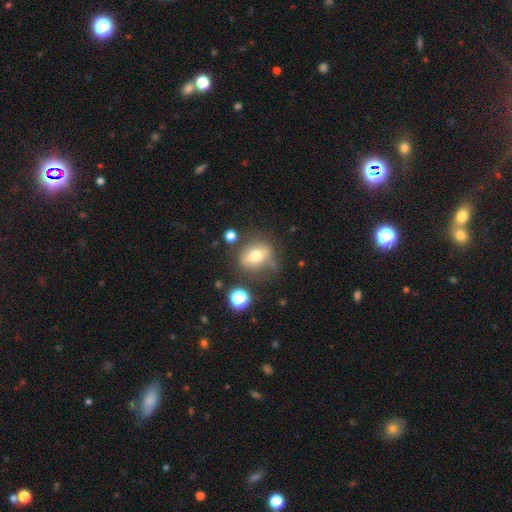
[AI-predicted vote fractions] The model was most divided on "how rounded": in between: 57%, round: 38%, cigar-shaped: 5%. More confident: merging — none (64%); smooth or featured — smooth (57%).